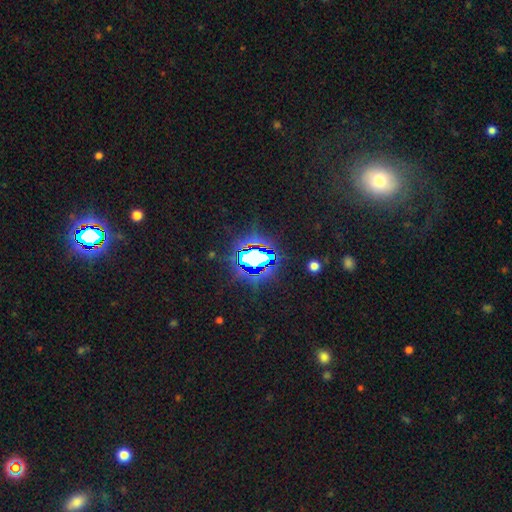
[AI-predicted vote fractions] Morphology: type=star or artifact (74%).